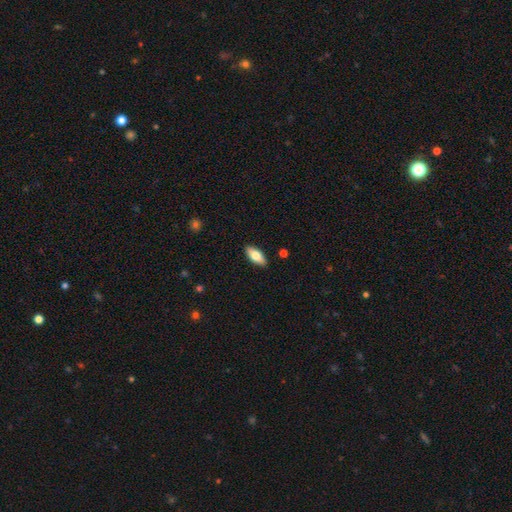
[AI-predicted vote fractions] A smooth galaxy with no disk features (71%) that is in between round and cigar-shaped (84%).

Vote fractions:
- Smooth or featured? smooth: 71% / featured or disk: 23% / star or artifact: 6%
- How rounded? in between: 84% / cigar-shaped: 14% / round: 2%
- Merging? none: 89% / minor disturbance: 8% / major disturbance: 2% / merger: 1%